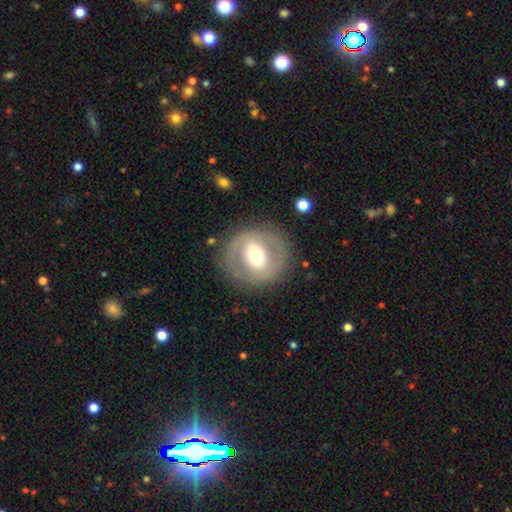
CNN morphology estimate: The model was most divided on "smooth or featured": featured or disk: 51%, smooth: 42%, star or artifact: 7%. More confident: edge-on disk — no (95%); merging — none (83%).